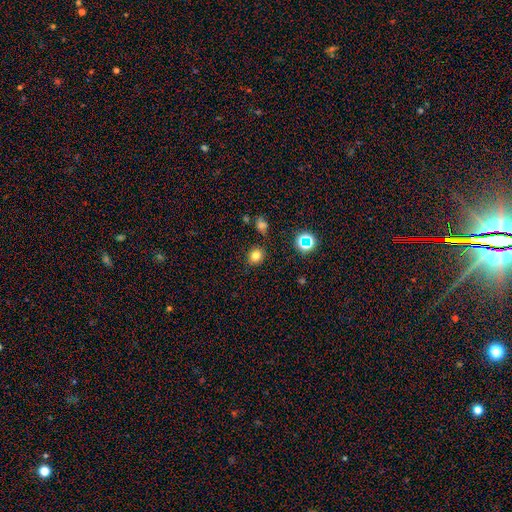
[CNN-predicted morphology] This appears to be a smooth galaxy with no disk features (77%) that is round (74%). Merging: none (85%).